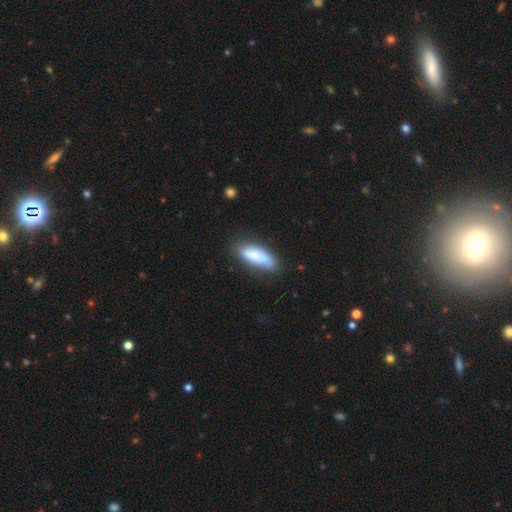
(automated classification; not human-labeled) This appears to be a smooth galaxy with no disk features (80%) that is in between round and cigar-shaped (62%). Merging: none (63%).